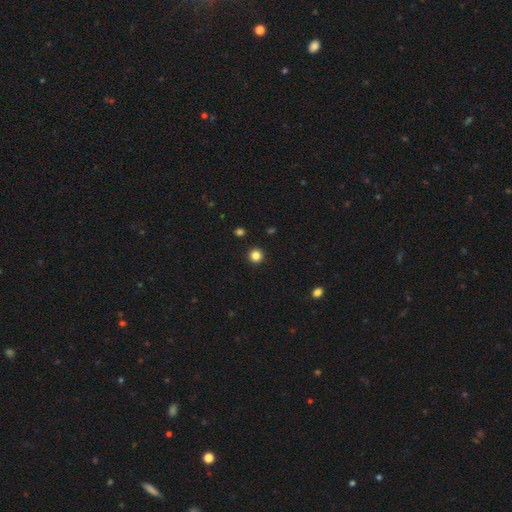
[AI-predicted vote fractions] Q: Smooth or featured?
A: smooth (84%); runner-up: star or artifact (12%)
Q: How rounded?
A: round (95%); runner-up: in between (4%)
Q: Merging?
A: none (93%); runner-up: minor disturbance (4%)